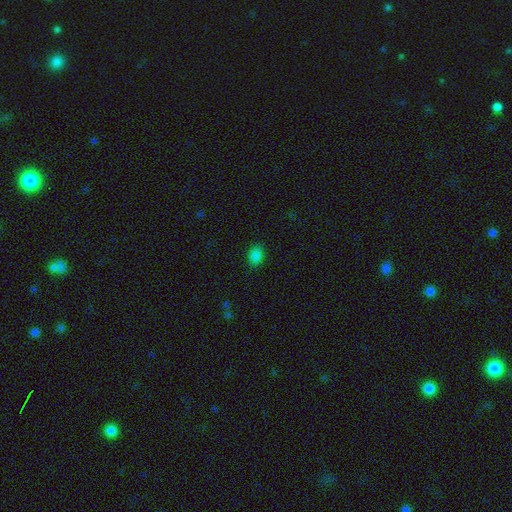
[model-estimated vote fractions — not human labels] smooth 83%, star or artifact 13%, featured or disk 4%. Down the decision tree: how rounded — in between (81%); merging — none (85%).